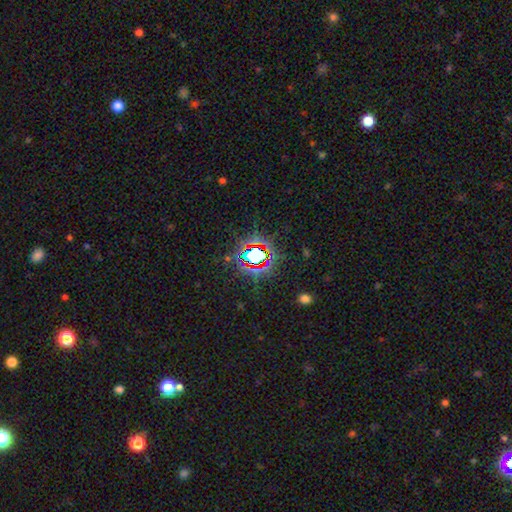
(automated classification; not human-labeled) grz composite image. It shows a star or artifact, not a galaxy (75%).